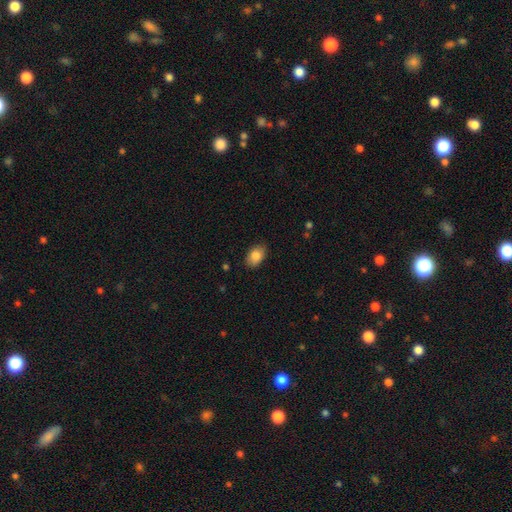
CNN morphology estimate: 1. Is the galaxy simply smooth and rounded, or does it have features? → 86% smooth, 7% star or artifact, 7% featured or disk.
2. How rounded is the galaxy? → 86% in between, 13% round, 1% cigar-shaped.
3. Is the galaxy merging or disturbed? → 85% none, 12% minor disturbance, 2% major disturbance, 1% merger.